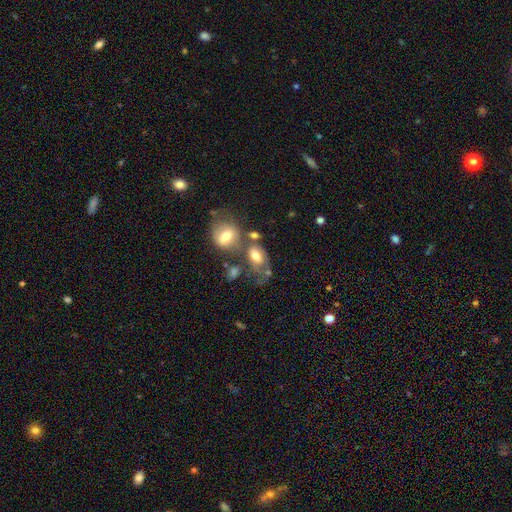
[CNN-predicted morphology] A smooth galaxy with no disk features (62%) that is in between round and cigar-shaped (84%).

Vote fractions:
- Smooth or featured? smooth: 62% / featured or disk: 29% / star or artifact: 9%
- How rounded? in between: 84% / round: 14% / cigar-shaped: 2%
- Merging? merger: 34% / none: 32% / minor disturbance: 18% / major disturbance: 16%